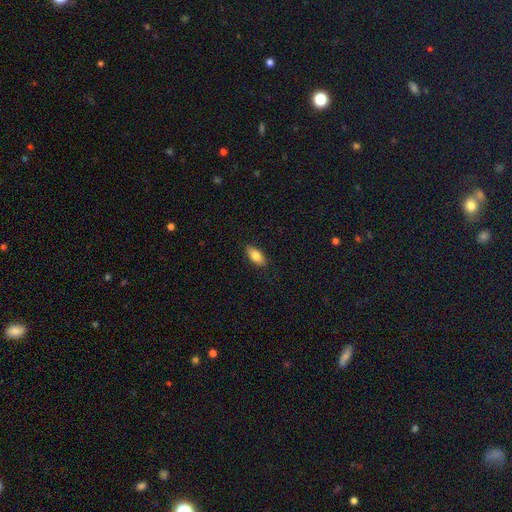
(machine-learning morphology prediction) Smooth or featured? Predicted: smooth (p=0.79). How rounded? Predicted: in between (p=0.86). Merging? Predicted: none (p=0.87).